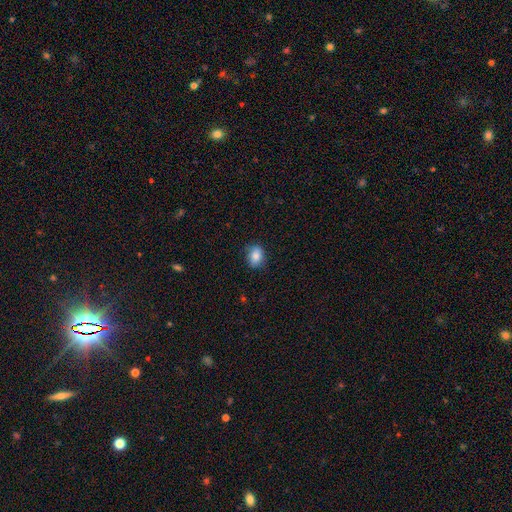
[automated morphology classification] Q: Smooth or featured?
A: smooth (84%); runner-up: star or artifact (8%)
Q: How rounded?
A: in between (64%); runner-up: round (35%)
Q: Merging?
A: none (83%); runner-up: minor disturbance (13%)